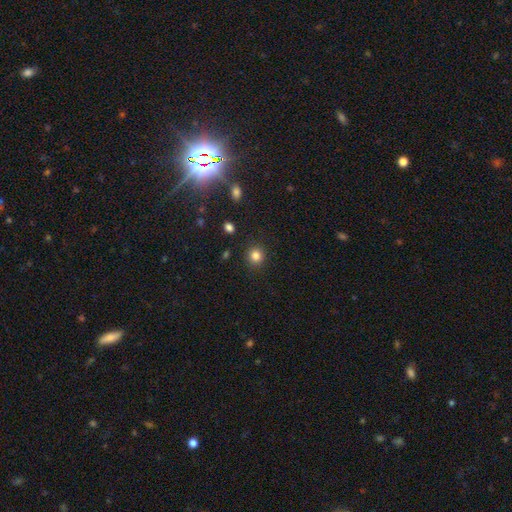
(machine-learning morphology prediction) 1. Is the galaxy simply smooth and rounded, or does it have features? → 83% smooth, 12% star or artifact, 5% featured or disk.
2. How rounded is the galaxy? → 90% round, 9% in between, 1% cigar-shaped.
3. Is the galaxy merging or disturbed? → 90% none, 6% minor disturbance, 2% major disturbance, 2% merger.